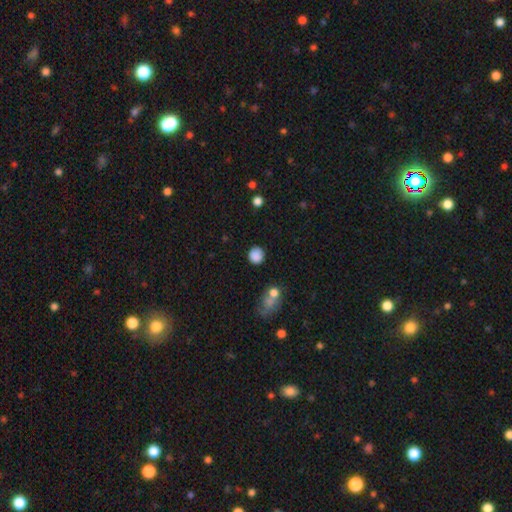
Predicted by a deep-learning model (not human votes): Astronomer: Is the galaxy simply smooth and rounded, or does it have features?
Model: smooth — 85%.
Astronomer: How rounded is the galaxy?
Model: round — 88%.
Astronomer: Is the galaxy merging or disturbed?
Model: none — 82%.